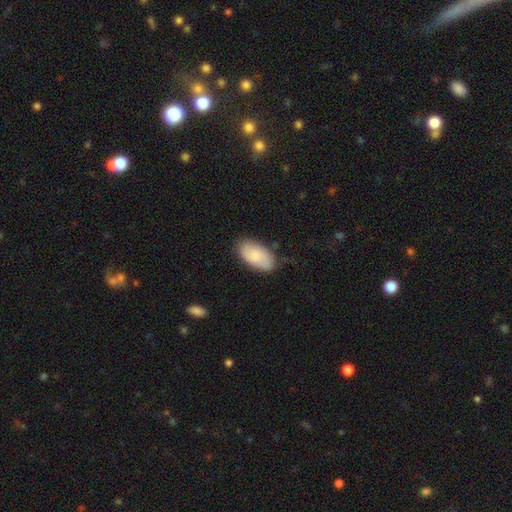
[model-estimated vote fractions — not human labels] Overall: smooth (78%). How rounded: in between (95%). Merging: none (78%).